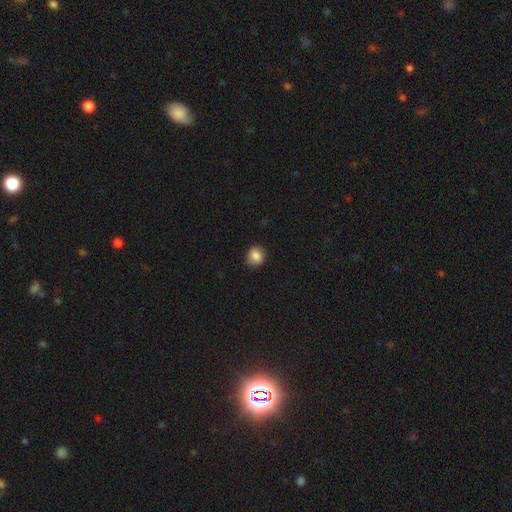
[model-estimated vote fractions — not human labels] This is clearly a smooth galaxy (84%). How rounded: likely round (71%). Merging: clearly none (85%).